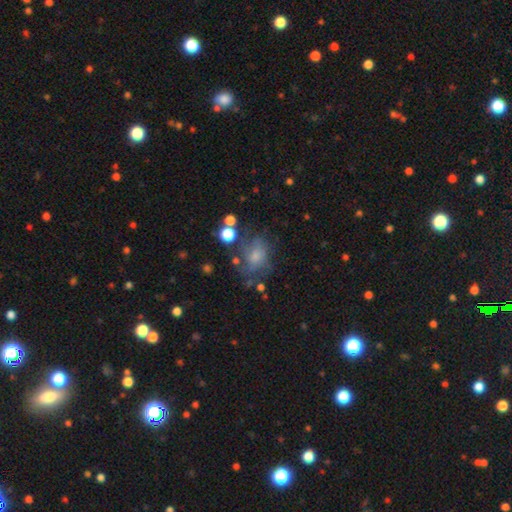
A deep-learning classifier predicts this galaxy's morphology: smooth-or-featured: smooth: 54% | featured or disk: 32% | star or artifact: 14%
  how-rounded: round: 50% | in between: 49% | cigar-shaped: 1%
  merging: none: 48% | minor disturbance: 24% | major disturbance: 21% | merger: 7%